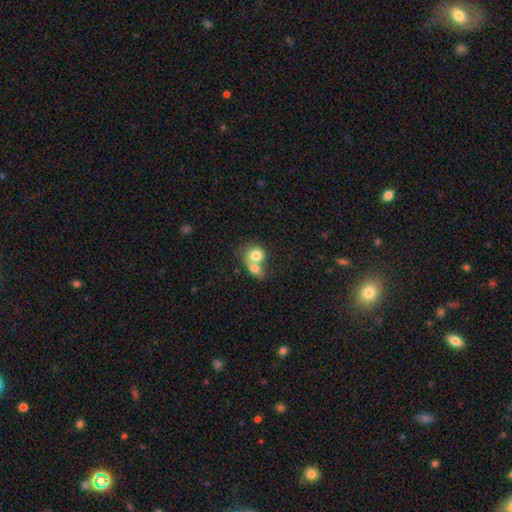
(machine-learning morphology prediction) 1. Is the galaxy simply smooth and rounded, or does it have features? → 75% smooth, 18% featured or disk, 7% star or artifact.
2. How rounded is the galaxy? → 65% round, 33% in between, 1% cigar-shaped.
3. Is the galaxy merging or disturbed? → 72% merger, 18% none, 6% minor disturbance, 4% major disturbance.